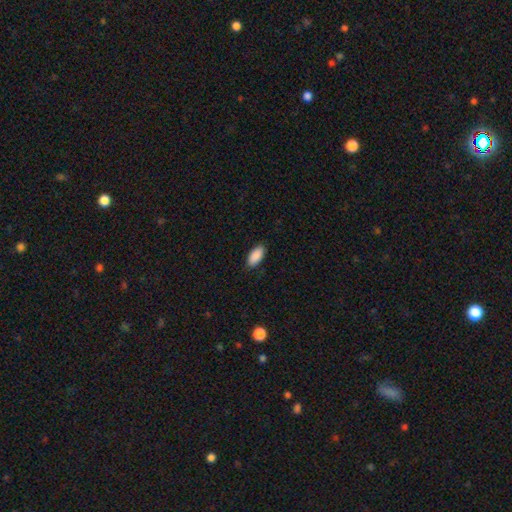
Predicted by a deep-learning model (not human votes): smooth-or-featured: smooth: 90% | star or artifact: 6% | featured or disk: 3%
  how-rounded: in between: 92% | cigar-shaped: 5% | round: 2%
  merging: none: 86% | minor disturbance: 11% | major disturbance: 2% | merger: 1%